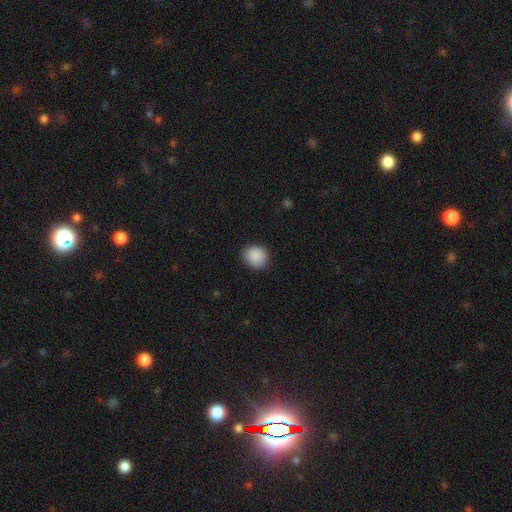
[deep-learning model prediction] Smooth or featured? Predicted: smooth (p=0.89). How rounded? Predicted: round (p=0.78). Merging? Predicted: none (p=0.86).